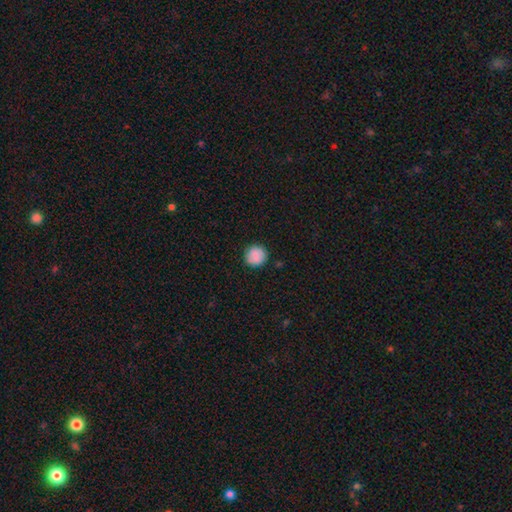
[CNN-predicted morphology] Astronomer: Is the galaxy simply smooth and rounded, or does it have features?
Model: smooth — 87%.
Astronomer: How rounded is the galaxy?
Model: round — 93%.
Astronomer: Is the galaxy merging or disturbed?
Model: none — 90%.